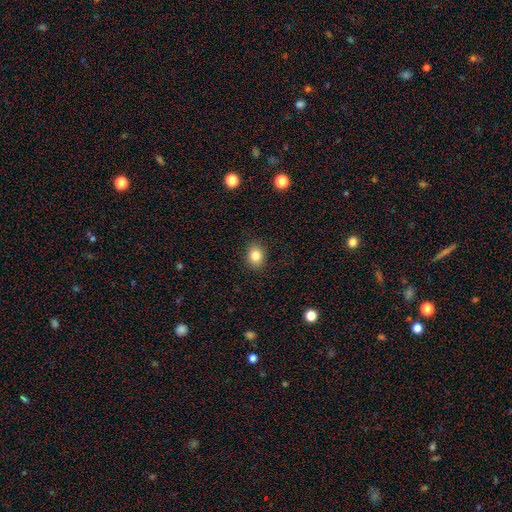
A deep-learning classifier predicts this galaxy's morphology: This appears to be a smooth galaxy with no disk features (83%) that is round (54%). Merging: none (89%).